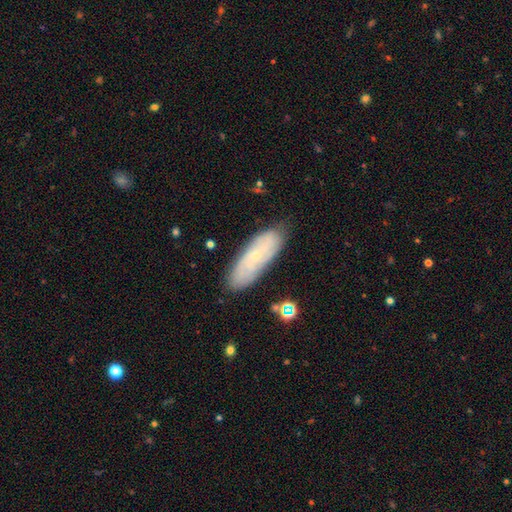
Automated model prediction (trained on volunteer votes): The model was most divided on "smooth or featured": featured or disk: 53%, smooth: 39%, star or artifact: 8%. More confident: merging — none (81%); edge-on disk — no (81%).